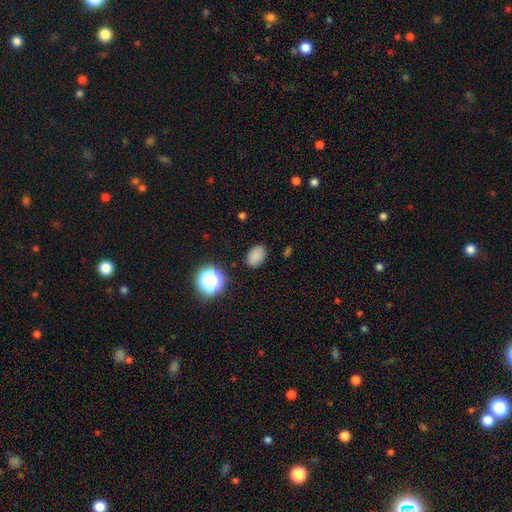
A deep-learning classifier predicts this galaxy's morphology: smooth 82%, star or artifact 13%, featured or disk 5%. Down the decision tree: how rounded — in between (78%); merging — none (84%).